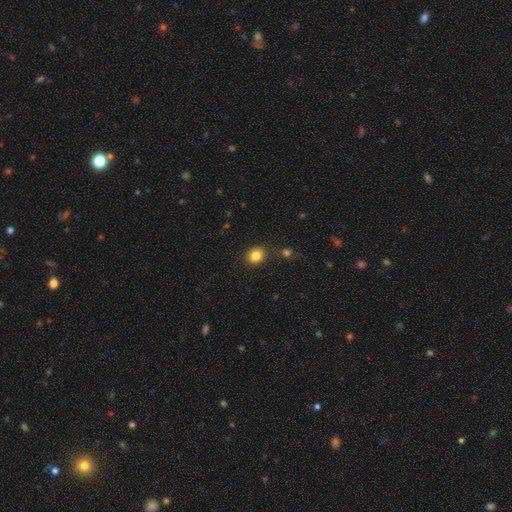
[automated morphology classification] Overall: smooth (85%). How rounded: round (57%; in between 42%). Merging: none (82%).